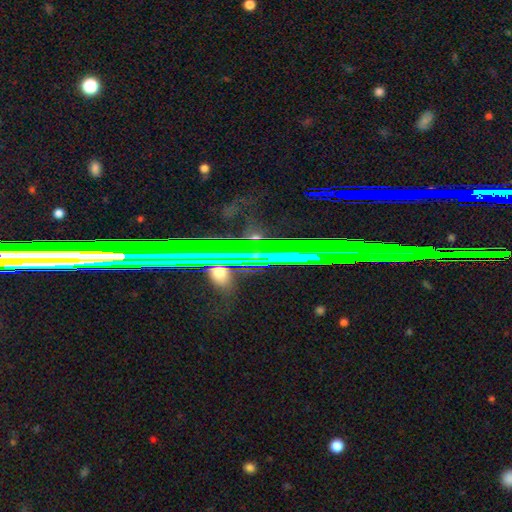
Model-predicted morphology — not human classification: This is likely a star or artifact rather than a galaxy (70%).